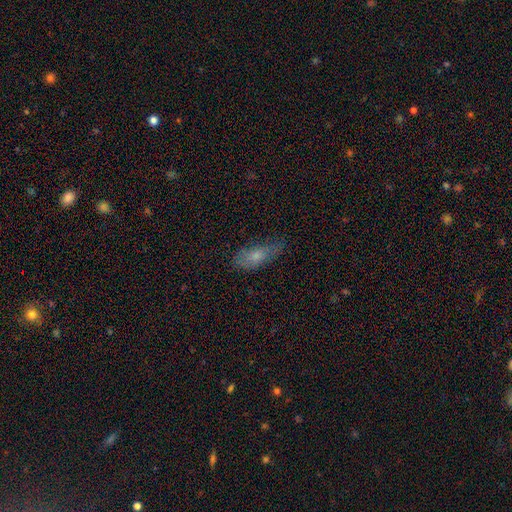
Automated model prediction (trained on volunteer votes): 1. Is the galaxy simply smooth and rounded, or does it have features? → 69% smooth, 22% featured or disk, 9% star or artifact.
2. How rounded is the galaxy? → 67% in between, 30% cigar-shaped, 3% round.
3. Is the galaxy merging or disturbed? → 58% none, 30% minor disturbance, 10% major disturbance, 2% merger.